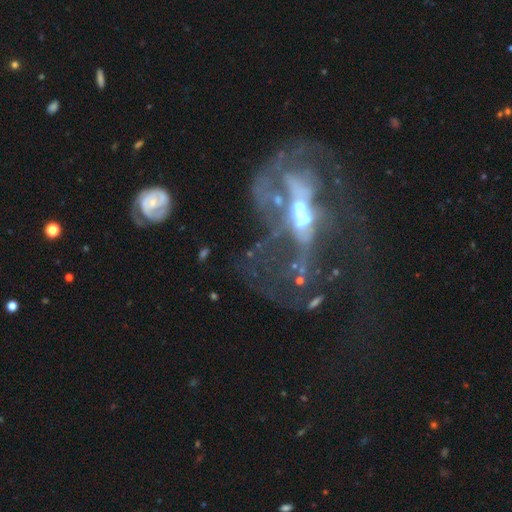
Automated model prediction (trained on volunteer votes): Q: Smooth or featured?
A: featured or disk (77%); runner-up: star or artifact (12%)
Q: Edge-on disk?
A: no (87%); runner-up: yes (13%)
Q: Bar?
A: no (44%); runner-up: weak (29%)
Q: Spiral arms?
A: yes (52%); runner-up: no (48%)
Q: Bulge size?
A: moderate (56%); runner-up: small (28%)
Q: Merging?
A: major disturbance (52%); runner-up: none (20%)